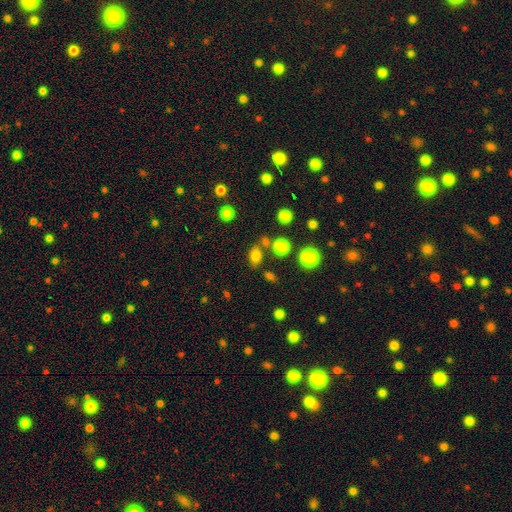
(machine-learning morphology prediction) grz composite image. It shows a smooth galaxy with no disk features (78%) that is in between round and cigar-shaped (71%). Merging: none (70%).